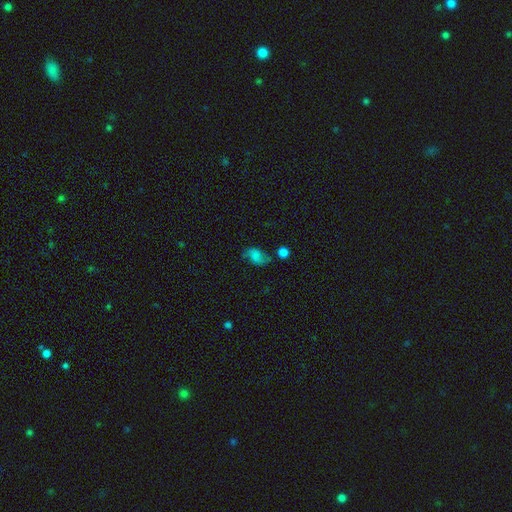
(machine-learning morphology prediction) This appears to be a smooth galaxy with no disk features (56%) that is in between round and cigar-shaped (79%). Merging: none (53%).